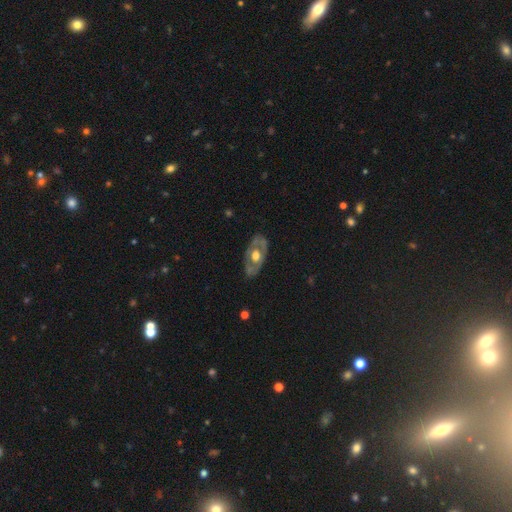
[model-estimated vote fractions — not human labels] A featured or disk galaxy (64%) with no bar (84%), no spiral arms (77%) and a moderate central bulge (59%).

Vote fractions:
- Smooth or featured? featured or disk: 64% / smooth: 31% / star or artifact: 5%
- Edge-on disk? no: 87% / yes: 13%
- Bar? no: 84% / weak: 13% / strong: 3%
- Spiral arms? no: 77% / yes: 23%
- Bulge size? moderate: 59% / large: 34% / small: 4% / dominant: 1% / none: 1%
- Merging? none: 78% / minor disturbance: 17% / major disturbance: 5% / merger: 1%